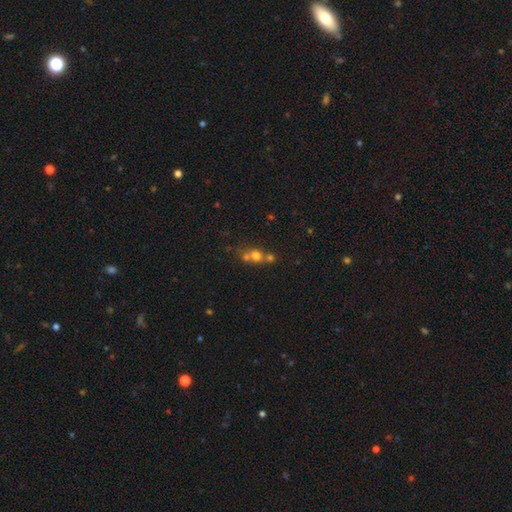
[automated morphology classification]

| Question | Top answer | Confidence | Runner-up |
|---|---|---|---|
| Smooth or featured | smooth | 62% | featured or disk (20%) |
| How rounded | round | 77% | in between (21%) |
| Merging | merger | 57% | none (33%) |